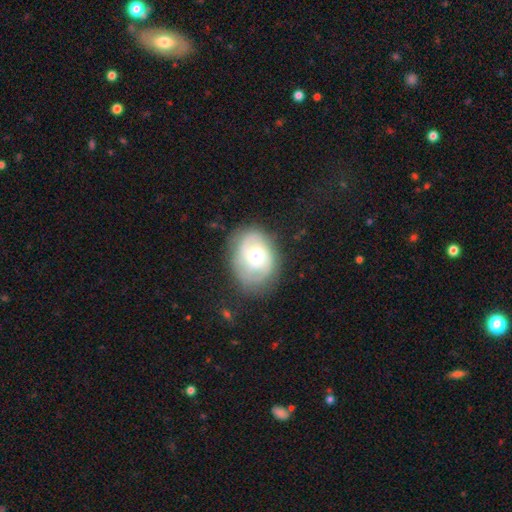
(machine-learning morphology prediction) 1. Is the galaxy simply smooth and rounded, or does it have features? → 60% featured or disk, 33% smooth, 7% star or artifact.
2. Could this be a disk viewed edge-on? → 96% no, 4% yes.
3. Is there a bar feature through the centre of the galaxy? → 79% no, 17% weak, 3% strong.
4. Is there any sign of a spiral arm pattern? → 72% yes, 28% no.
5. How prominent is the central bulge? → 70% moderate, 19% large, 9% small, 2% dominant, 1% none.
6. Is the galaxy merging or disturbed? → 67% none, 22% minor disturbance, 10% major disturbance, 2% merger.